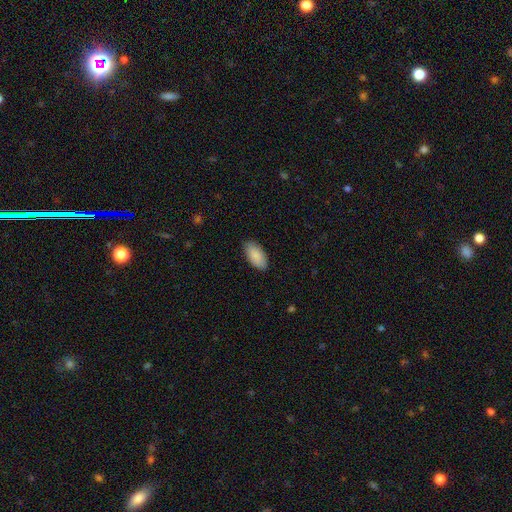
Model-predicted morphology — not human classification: Overall: smooth (88%). How rounded: in between (94%). Merging: none (87%).